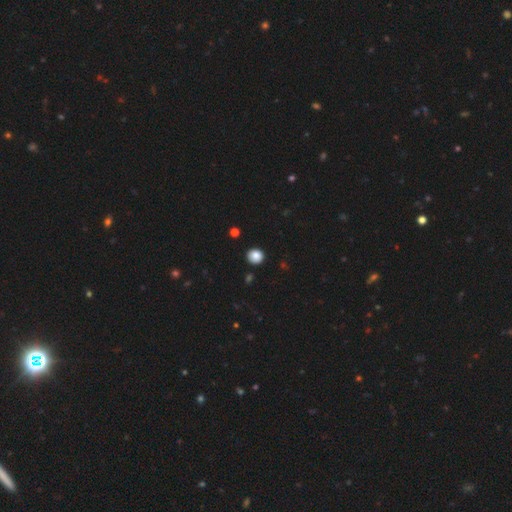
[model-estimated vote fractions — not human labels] Smooth or featured?
  - smooth: 86% *
  - star or artifact: 10%
  - featured or disk: 4%
How rounded?
  - round: 87% *
  - in between: 12%
  - cigar-shaped: 1%
Merging?
  - none: 91% *
  - minor disturbance: 6%
  - major disturbance: 2%
  - merger: 2%